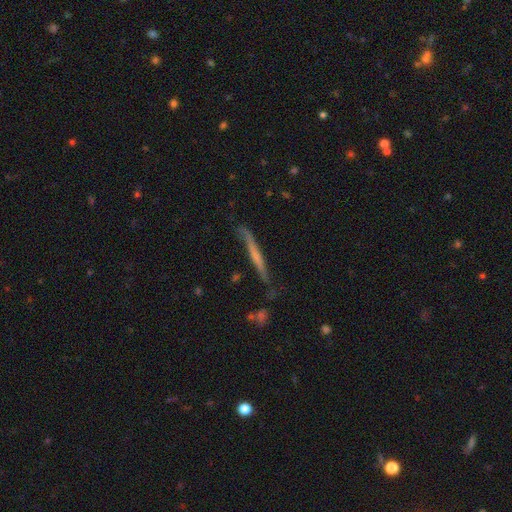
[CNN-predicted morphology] This appears to be a featured or disk galaxy (52%) viewed edge-on (92%). Merging: none (68%).